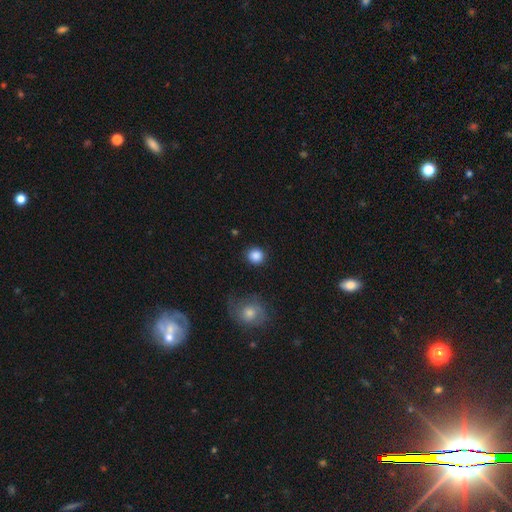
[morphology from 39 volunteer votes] Smooth or featured?
  - smooth: 95% *
  - featured or disk: 3%
  - star or artifact: 3%
How rounded?
  - round: 97% *
  - in between: 3%
  - cigar-shaped: 0%
Merging?
  - none: 97% *
  - minor disturbance: 3%
  - major disturbance: 0%
  - merger: 0%